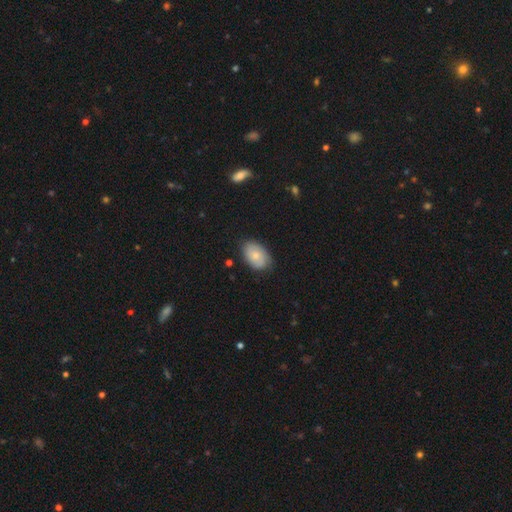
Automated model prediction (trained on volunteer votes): A smooth galaxy with no disk features (70%) that is in between round and cigar-shaped (89%). Merging: none (78%).